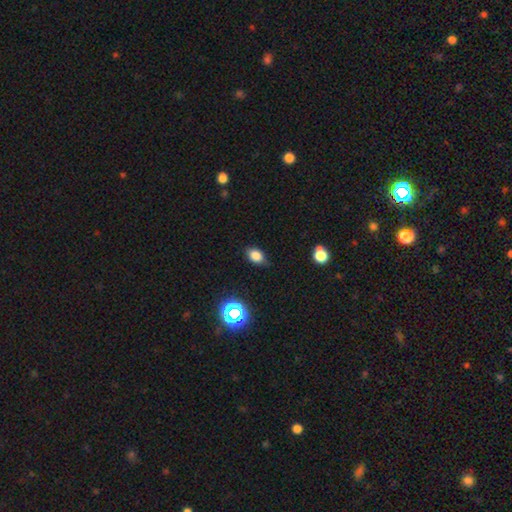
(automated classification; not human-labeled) A smooth galaxy with no disk features (79%) that is in between round and cigar-shaped (79%).

Vote fractions:
- Smooth or featured? smooth: 79% / star or artifact: 14% / featured or disk: 7%
- How rounded? in between: 79% / round: 19% / cigar-shaped: 2%
- Merging? none: 80% / minor disturbance: 15% / major disturbance: 3% / merger: 1%